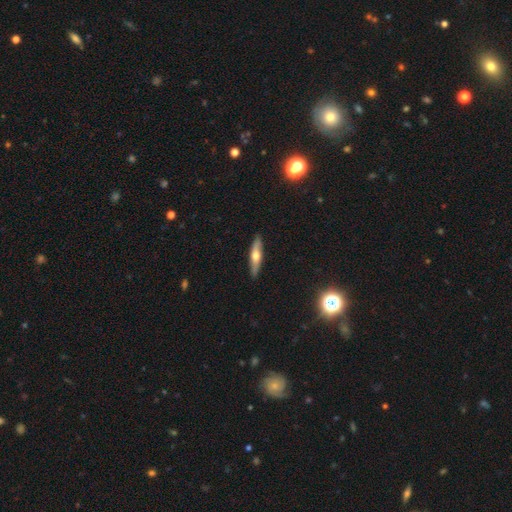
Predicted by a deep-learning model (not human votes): The model was most divided on "smooth or featured": featured or disk: 49%, smooth: 45%, star or artifact: 6%. More confident: merging — none (89%).